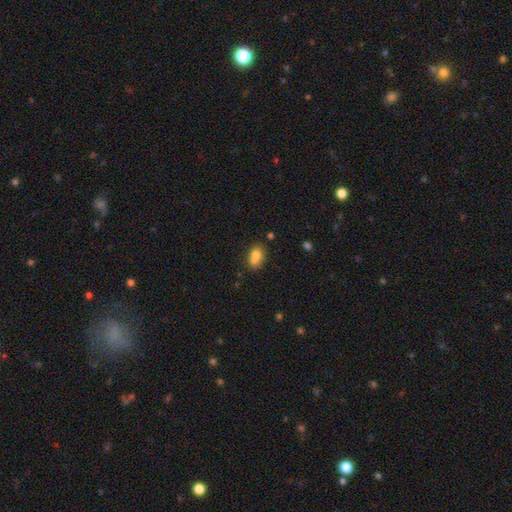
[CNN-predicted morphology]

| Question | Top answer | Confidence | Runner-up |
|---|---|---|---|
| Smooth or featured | smooth | 76% | featured or disk (14%) |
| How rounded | in between | 74% | round (24%) |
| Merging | none | 45% | merger (28%) |